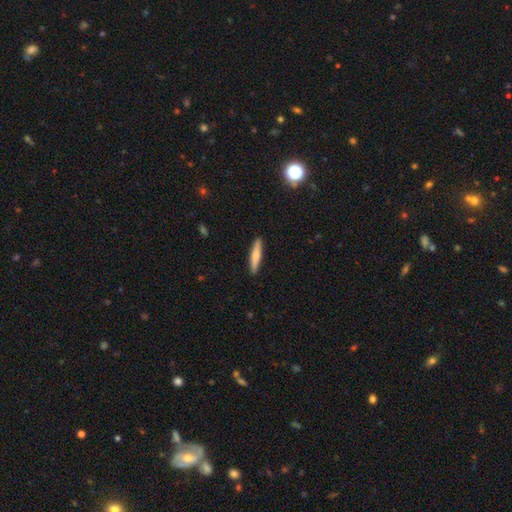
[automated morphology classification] A smooth galaxy with no disk features (70%) that is cigar-shaped (90%). Merging: none (91%).